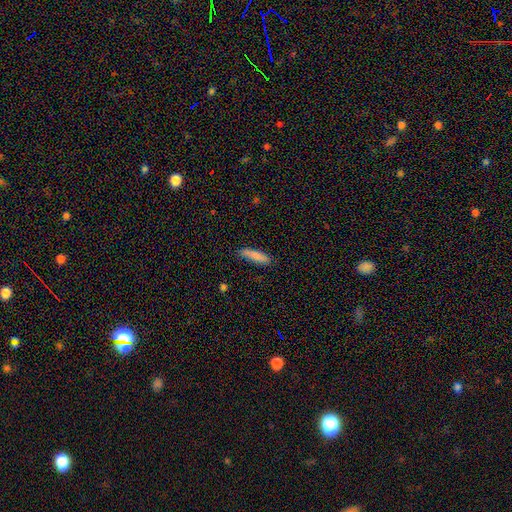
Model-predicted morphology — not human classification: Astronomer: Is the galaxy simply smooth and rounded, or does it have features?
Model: smooth — 83%.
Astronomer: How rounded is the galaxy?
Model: cigar-shaped — 76%.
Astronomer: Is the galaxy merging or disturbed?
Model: none — 84%.